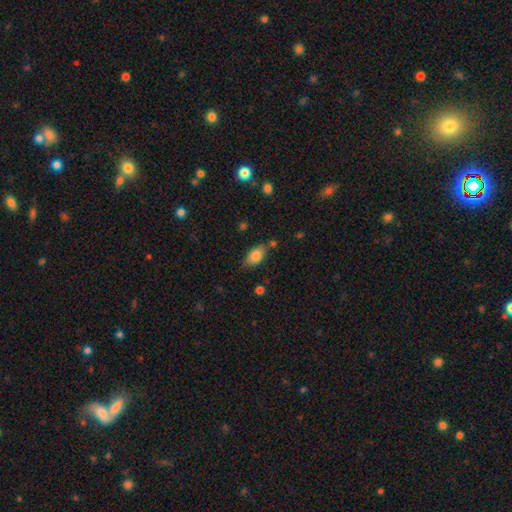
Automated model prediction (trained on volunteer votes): A smooth galaxy with no disk features (81%) that is in between round and cigar-shaped (90%).

Vote fractions:
- Smooth or featured? smooth: 81% / featured or disk: 11% / star or artifact: 8%
- How rounded? in between: 90% / round: 6% / cigar-shaped: 4%
- Merging? none: 72% / minor disturbance: 18% / merger: 5% / major disturbance: 4%